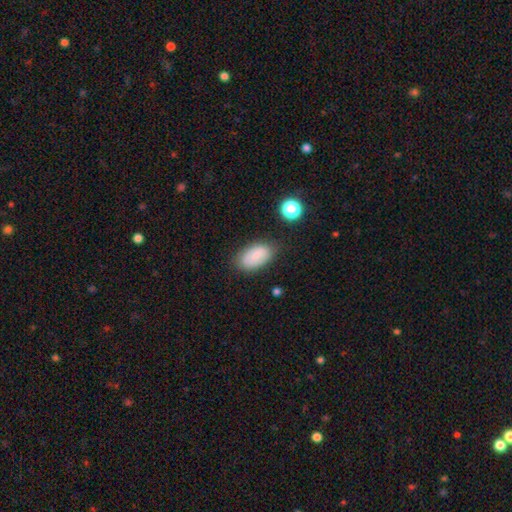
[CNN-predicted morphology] smooth-or-featured: smooth: 80% | featured or disk: 11% | star or artifact: 9%
  how-rounded: in between: 93% | round: 5% | cigar-shaped: 2%
  merging: none: 74% | minor disturbance: 19% | major disturbance: 5% | merger: 3%